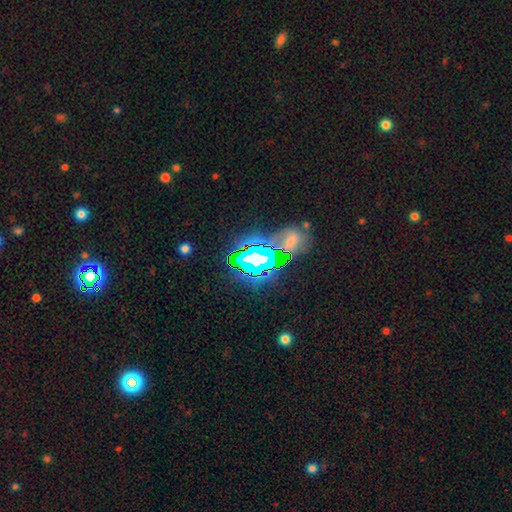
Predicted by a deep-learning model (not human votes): Morphology: type=star or artifact (63%).